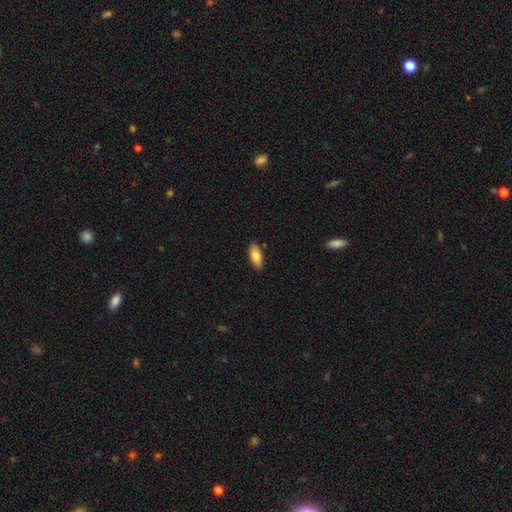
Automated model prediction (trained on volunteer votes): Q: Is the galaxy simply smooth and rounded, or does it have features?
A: smooth — 81%.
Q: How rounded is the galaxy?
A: in between — 78%.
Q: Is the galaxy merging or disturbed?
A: none — 86%.